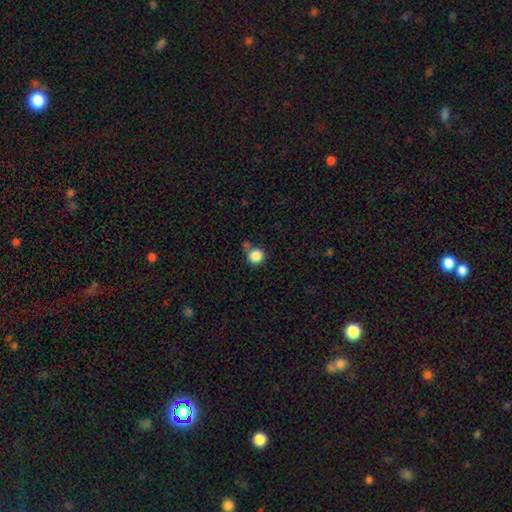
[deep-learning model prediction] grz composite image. It shows a smooth galaxy with no disk features (86%) that is round (92%). Merging: none (71%).